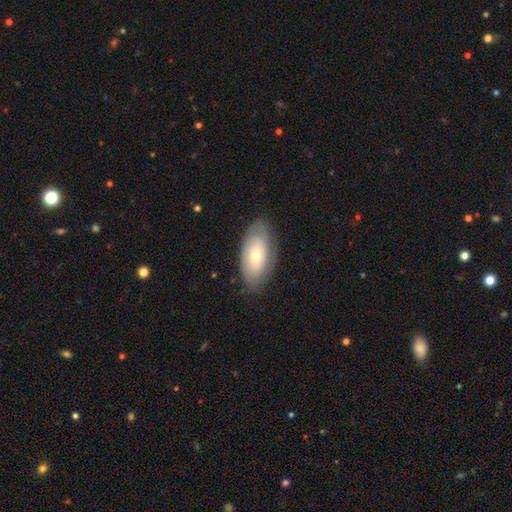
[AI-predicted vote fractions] This is possibly a smooth galaxy (53%). How rounded: clearly in between (92%). Merging: likely none (79%).